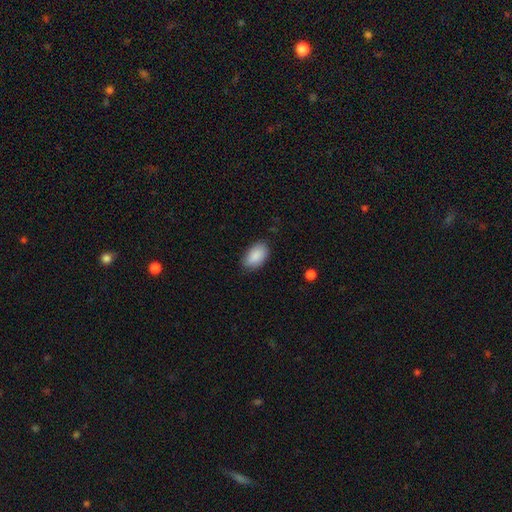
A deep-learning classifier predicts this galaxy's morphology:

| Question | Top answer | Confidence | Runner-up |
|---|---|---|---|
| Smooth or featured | smooth | 89% | star or artifact (6%) |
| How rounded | in between | 93% | round (5%) |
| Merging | none | 77% | minor disturbance (18%) |